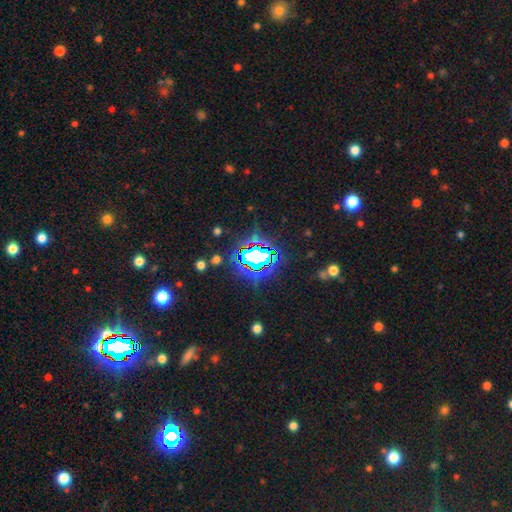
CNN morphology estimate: type=star or artifact (73%).